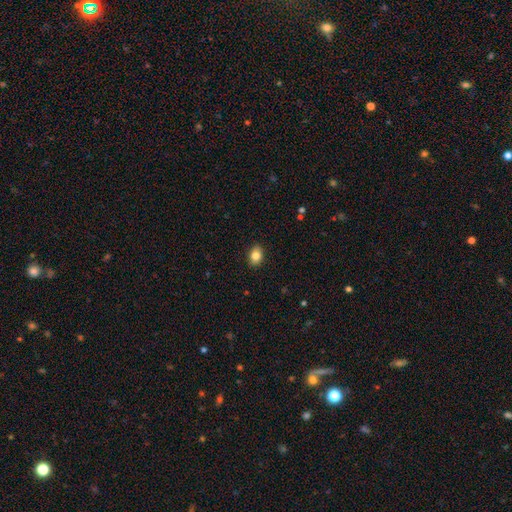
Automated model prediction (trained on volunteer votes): Morphology: type=smooth (84%); roundness=in between (74%); merging=none (89%).